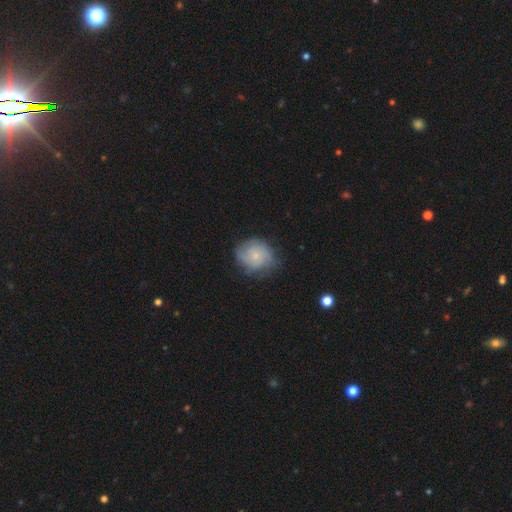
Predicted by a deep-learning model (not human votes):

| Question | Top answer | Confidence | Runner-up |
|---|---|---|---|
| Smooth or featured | smooth | 50% | featured or disk (41%) |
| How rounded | round | 75% | in between (24%) |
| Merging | none | 64% | minor disturbance (25%) |